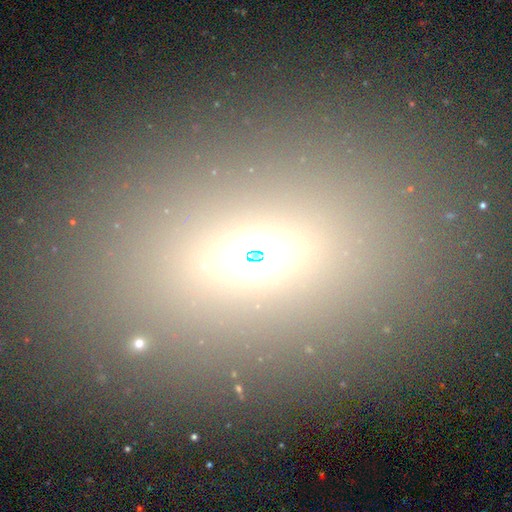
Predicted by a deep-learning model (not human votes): Q: Smooth or featured?
A: smooth (49%); runner-up: star or artifact (30%)
Q: Merging?
A: none (83%); runner-up: minor disturbance (9%)